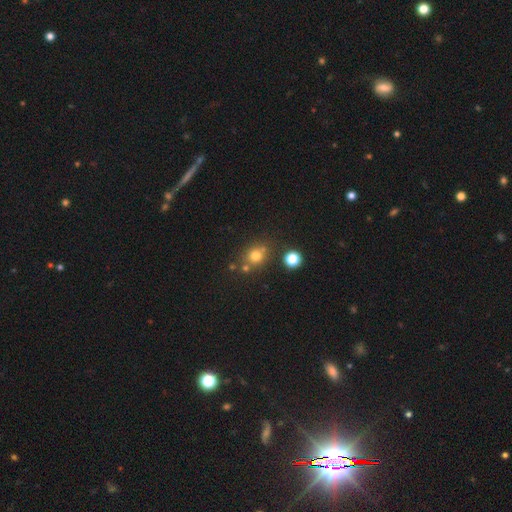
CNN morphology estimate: The model was most divided on "merging": none: 69%, merger: 15%, minor disturbance: 12%, major disturbance: 4%. More confident: how rounded — round (78%); smooth or featured — smooth (74%).